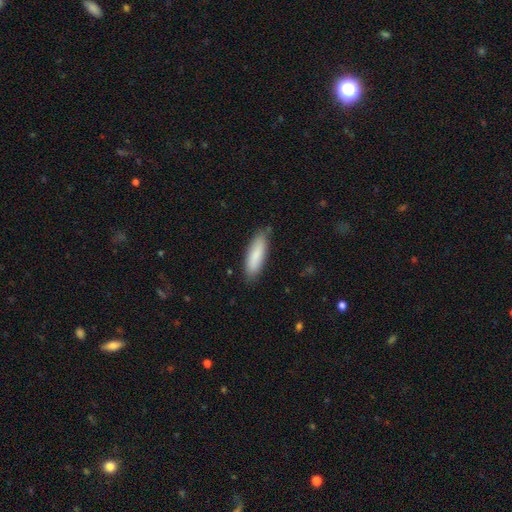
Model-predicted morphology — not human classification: A smooth galaxy with no disk features (85%) that is cigar-shaped (54%).

Vote fractions:
- Smooth or featured? smooth: 85% / featured or disk: 9% / star or artifact: 6%
- How rounded? cigar-shaped: 54% / in between: 45% / round: 1%
- Merging? none: 83% / minor disturbance: 13% / major disturbance: 2% / merger: 1%